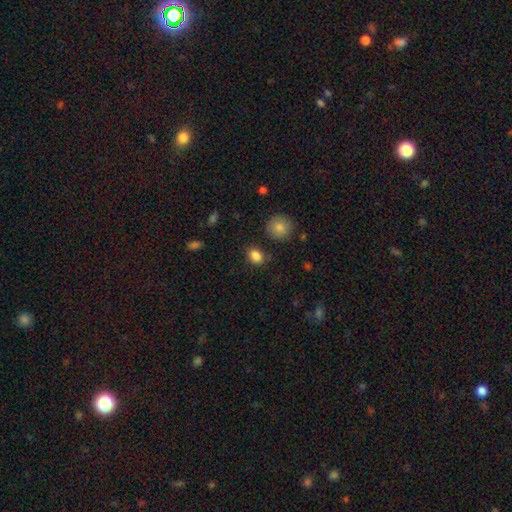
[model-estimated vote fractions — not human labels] Smooth or featured?
  - smooth: 86% *
  - star or artifact: 10%
  - featured or disk: 4%
How rounded?
  - in between: 58% *
  - round: 41%
  - cigar-shaped: 1%
Merging?
  - none: 81% *
  - minor disturbance: 12%
  - major disturbance: 3%
  - merger: 3%